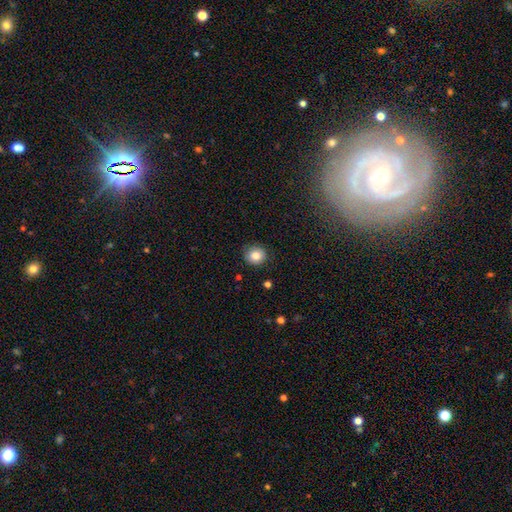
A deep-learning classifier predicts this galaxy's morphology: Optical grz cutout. It shows a smooth galaxy with no disk features (83%) that is round (87%). Merging: none (82%).